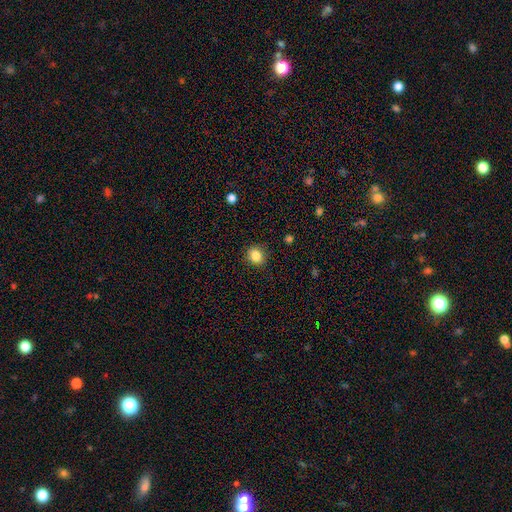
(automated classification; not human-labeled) Smooth or featured? smooth (86%)
How rounded? round (66%)
Merging? none (88%)